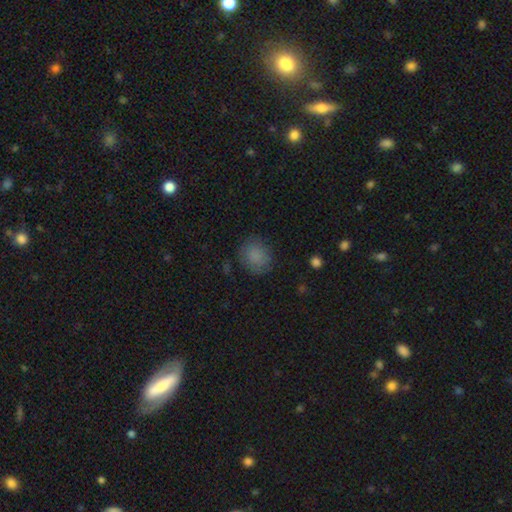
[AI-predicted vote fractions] Morphology: type=smooth (84%); roundness=round (75%); merging=none (79%).